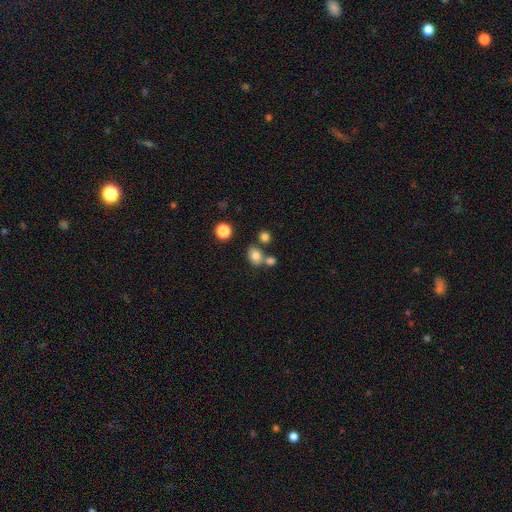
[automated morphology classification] smooth-or-featured: smooth: 79% | star or artifact: 13% | featured or disk: 9%
  how-rounded: in between: 53% | round: 46% | cigar-shaped: 1%
  merging: none: 59% | merger: 24% | minor disturbance: 12% | major disturbance: 4%